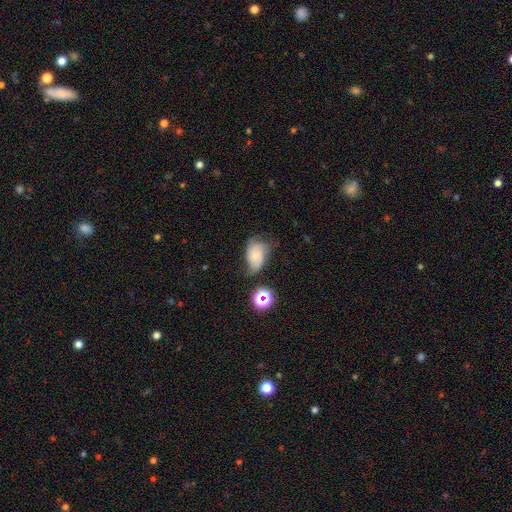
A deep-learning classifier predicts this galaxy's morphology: The model was most divided on "smooth or featured": featured or disk: 45%, smooth: 42%, star or artifact: 12%. Remaining: merging — none (42%).